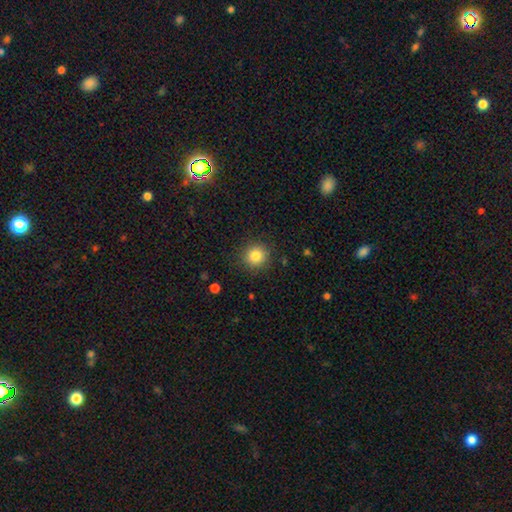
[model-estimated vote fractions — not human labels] Smooth or featured?
  - smooth: 83% *
  - star or artifact: 11%
  - featured or disk: 6%
How rounded?
  - round: 93% *
  - in between: 6%
  - cigar-shaped: 1%
Merging?
  - none: 90% *
  - minor disturbance: 7%
  - major disturbance: 2%
  - merger: 1%